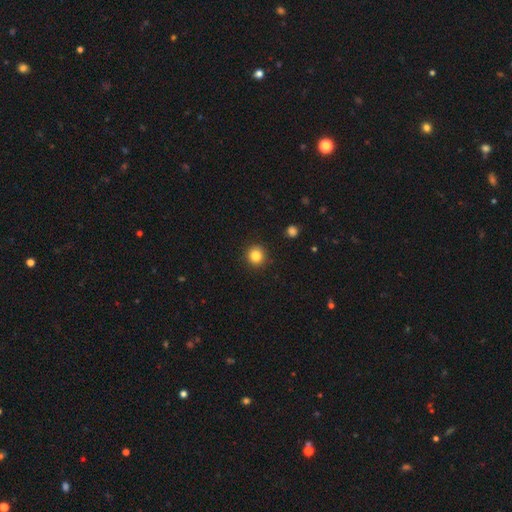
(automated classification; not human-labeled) This appears to be a smooth galaxy with no disk features (84%) that is round (94%). Merging: none (92%).